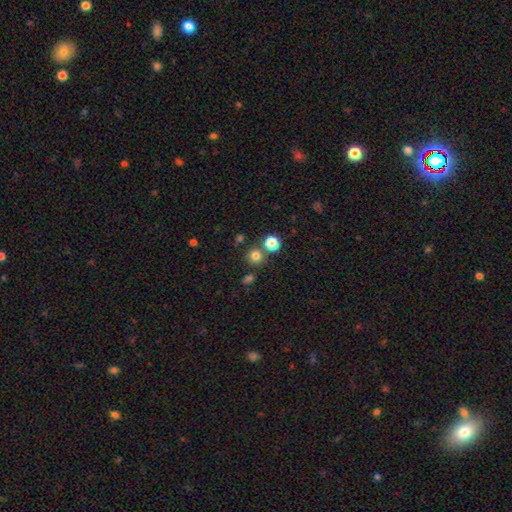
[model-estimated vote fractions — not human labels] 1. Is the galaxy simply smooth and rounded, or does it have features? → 78% smooth, 16% star or artifact, 6% featured or disk.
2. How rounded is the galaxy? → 92% round, 7% in between, 1% cigar-shaped.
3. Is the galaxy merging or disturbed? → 76% none, 14% merger, 7% minor disturbance, 3% major disturbance.